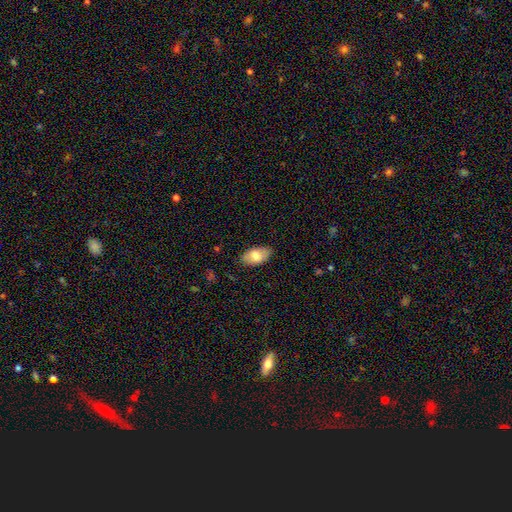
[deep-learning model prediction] smooth-or-featured: smooth: 75% | featured or disk: 19% | star or artifact: 6%
  how-rounded: in between: 94% | round: 4% | cigar-shaped: 2%
  merging: none: 85% | minor disturbance: 12% | major disturbance: 2% | merger: 1%